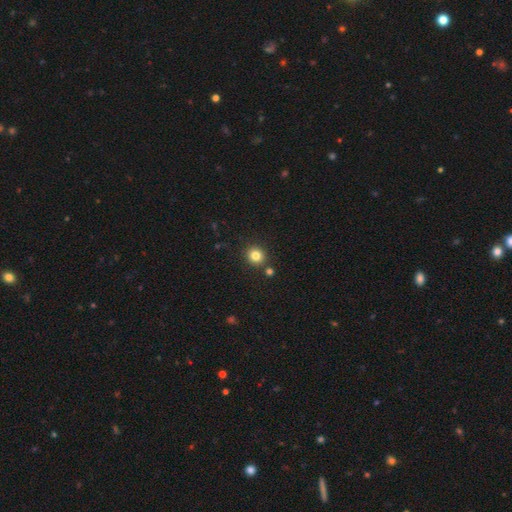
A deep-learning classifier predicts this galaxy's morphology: Overall: smooth (82%). How rounded: round (86%). Merging: none (84%).